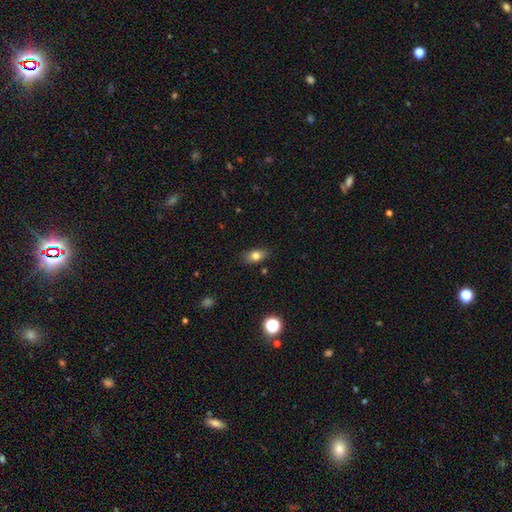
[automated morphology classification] type=smooth (78%); roundness=in between (82%); merging=none (83%).